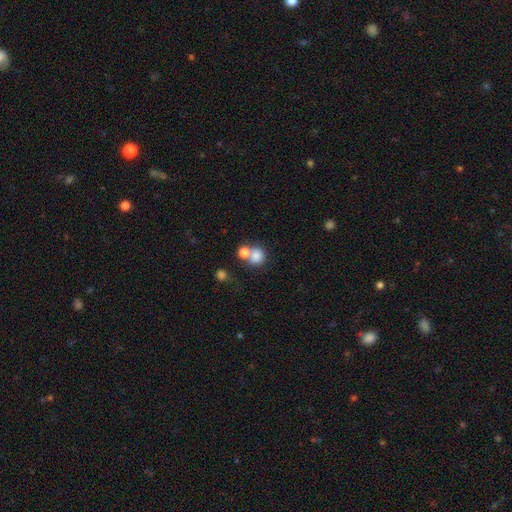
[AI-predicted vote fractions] Overall: smooth (80%). How rounded: round (82%). Merging: merger (46%; none 42%).